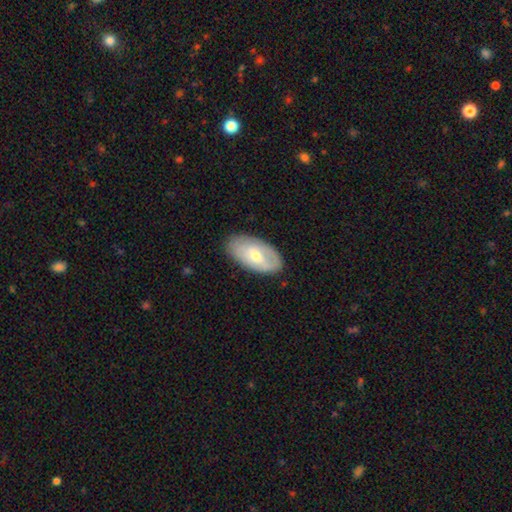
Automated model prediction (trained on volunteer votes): Smooth or featured? smooth (51%)
How rounded? in between (93%)
Merging? none (81%)